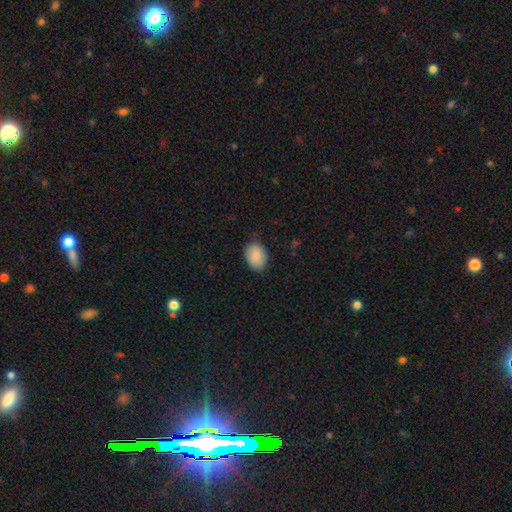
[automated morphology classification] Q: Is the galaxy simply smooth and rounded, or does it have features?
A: smooth — 89%.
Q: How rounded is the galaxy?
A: in between — 74%.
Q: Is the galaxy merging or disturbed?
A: none — 83%.